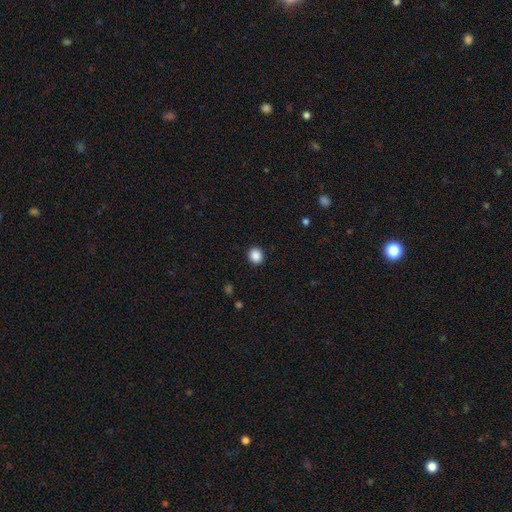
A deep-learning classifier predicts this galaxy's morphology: Overall: smooth (88%). How rounded: round (82%). Merging: none (92%).